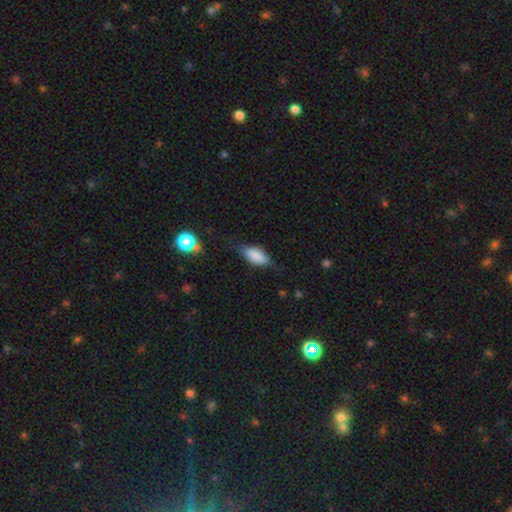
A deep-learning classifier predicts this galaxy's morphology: A smooth galaxy with no disk features (74%) that is in between round and cigar-shaped (78%).

Vote fractions:
- Smooth or featured? smooth: 74% / featured or disk: 18% / star or artifact: 8%
- How rounded? in between: 78% / cigar-shaped: 19% / round: 3%
- Merging? none: 64% / minor disturbance: 26% / major disturbance: 9% / merger: 2%